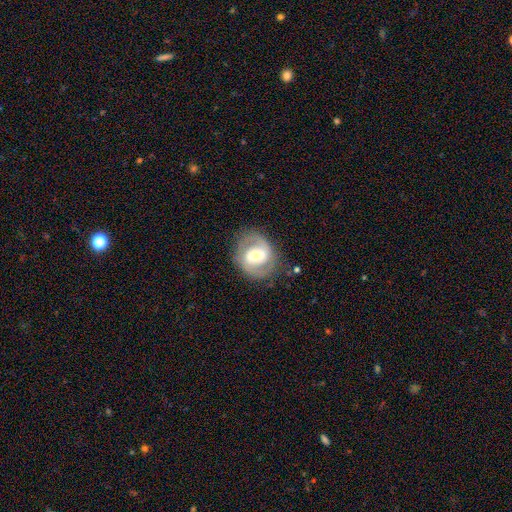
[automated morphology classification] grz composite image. It shows a featured or disk galaxy (71%) with a weak bar (43%), 2 (84%) medium (48%) spiral arms (77%) and a moderate central bulge (61%). Merging: none (79%).